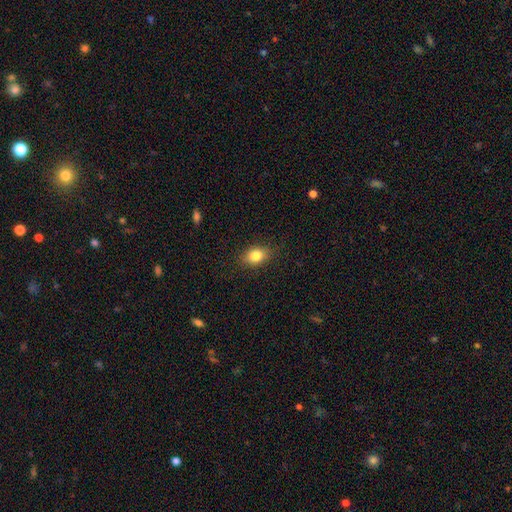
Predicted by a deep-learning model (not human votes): Q: Smooth or featured?
A: smooth (83%); runner-up: star or artifact (9%)
Q: How rounded?
A: in between (76%); runner-up: round (21%)
Q: Merging?
A: none (86%); runner-up: minor disturbance (11%)